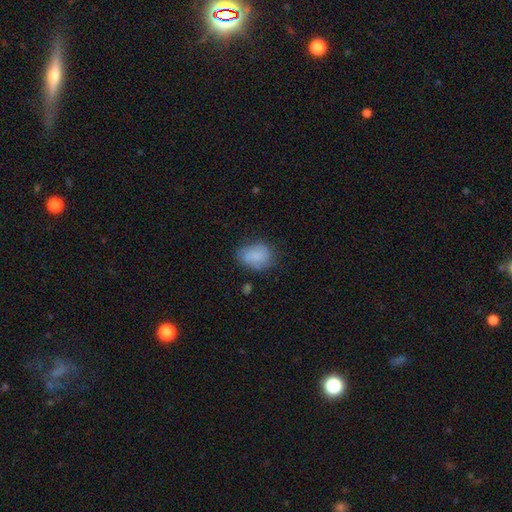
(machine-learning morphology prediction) Smooth or featured?
  - smooth: 75% *
  - featured or disk: 17%
  - star or artifact: 8%
How rounded?
  - in between: 69% *
  - round: 30%
  - cigar-shaped: 1%
Merging?
  - none: 60% *
  - minor disturbance: 27%
  - major disturbance: 9%
  - merger: 4%